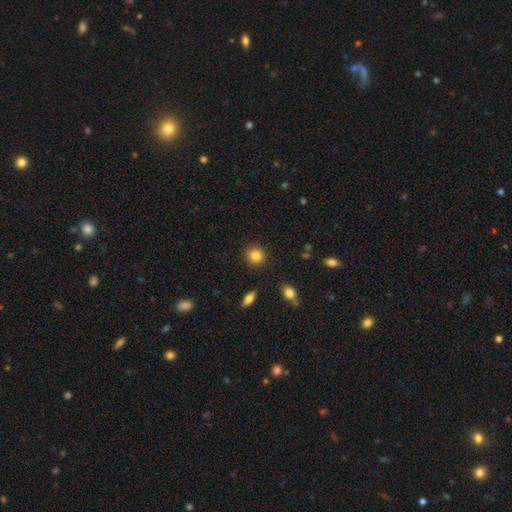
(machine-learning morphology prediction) Smooth or featured? smooth (84%)
How rounded? round (86%)
Merging? none (89%)